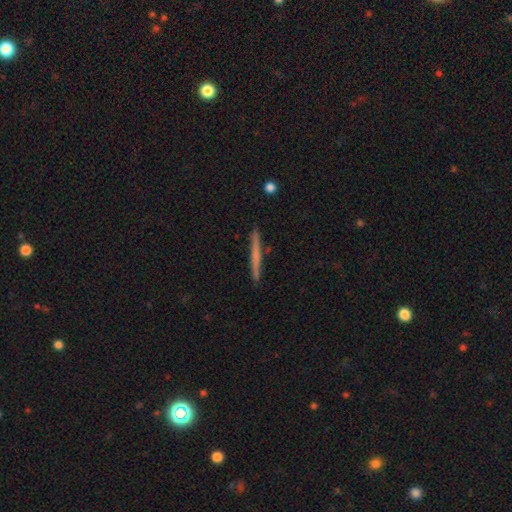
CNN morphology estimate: Smooth or featured?
  - smooth: 56% *
  - featured or disk: 39%
  - star or artifact: 5%
How rounded?
  - cigar-shaped: 97% *
  - in between: 2%
  - round: 1%
Merging?
  - none: 92% *
  - minor disturbance: 6%
  - merger: 1%
  - major disturbance: 1%